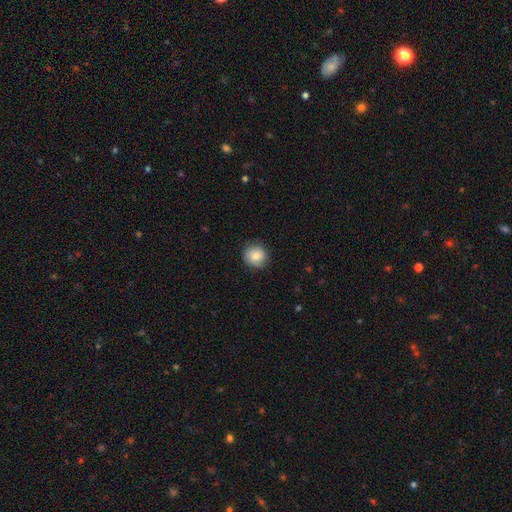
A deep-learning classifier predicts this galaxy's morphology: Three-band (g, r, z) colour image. It shows a smooth galaxy with no disk features (81%) that is round (89%). Merging: none (85%).